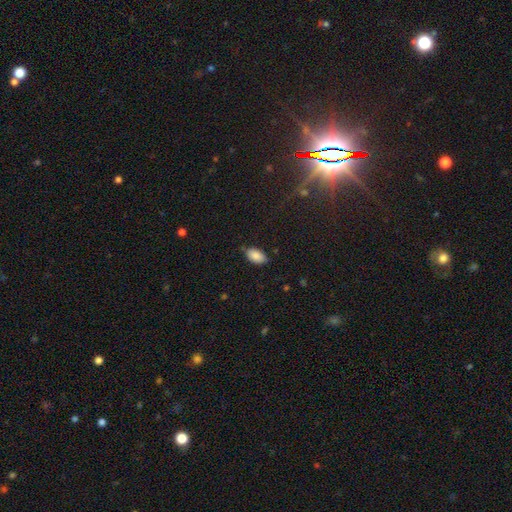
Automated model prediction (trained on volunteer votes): Morphology: type=smooth (87%); roundness=in between (94%); merging=none (80%).